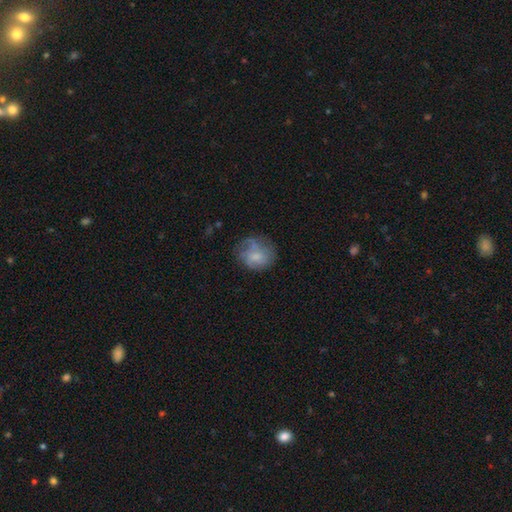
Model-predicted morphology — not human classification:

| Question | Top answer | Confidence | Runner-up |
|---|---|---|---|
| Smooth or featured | smooth | 55% | featured or disk (36%) |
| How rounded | round | 65% | in between (34%) |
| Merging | none | 52% | minor disturbance (27%) |